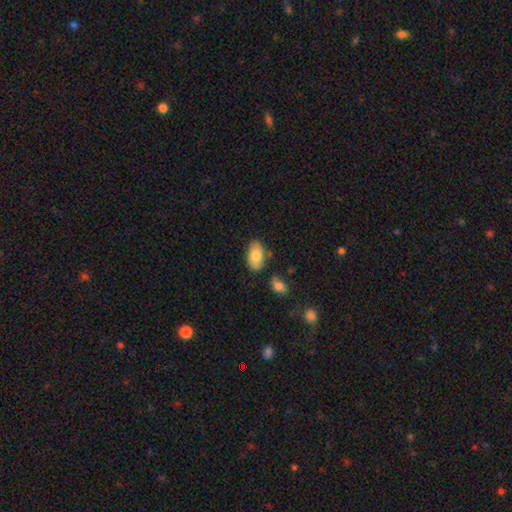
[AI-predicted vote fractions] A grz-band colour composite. It shows a smooth galaxy with no disk features (78%) that is in between round and cigar-shaped (94%). Merging: none (77%).